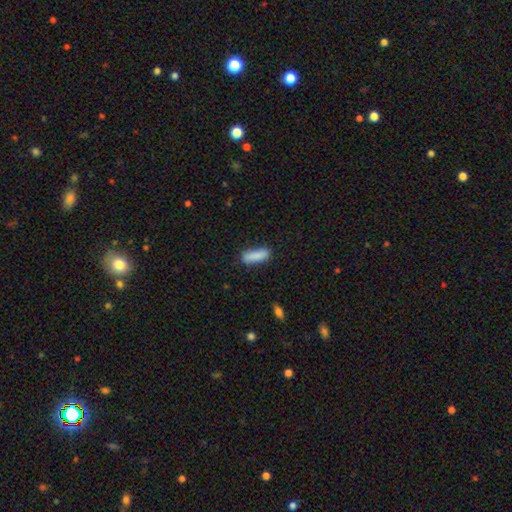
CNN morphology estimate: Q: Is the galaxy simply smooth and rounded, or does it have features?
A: smooth — 87%.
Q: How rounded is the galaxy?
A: cigar-shaped — 50%.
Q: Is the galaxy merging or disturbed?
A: none — 79%.